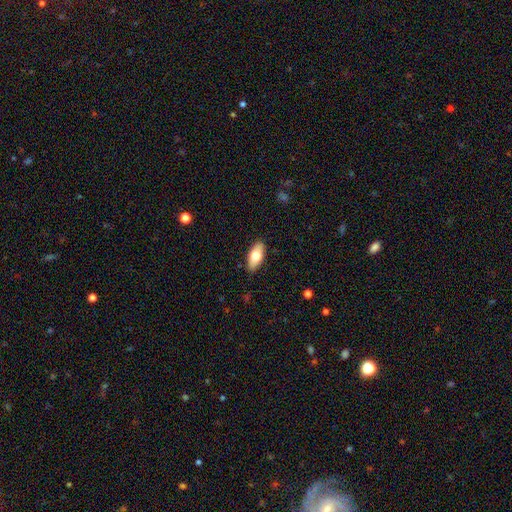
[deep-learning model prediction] Smooth or featured? Predicted: smooth (p=0.70). How rounded? Predicted: in between (p=0.85). Merging? Predicted: none (p=0.88).